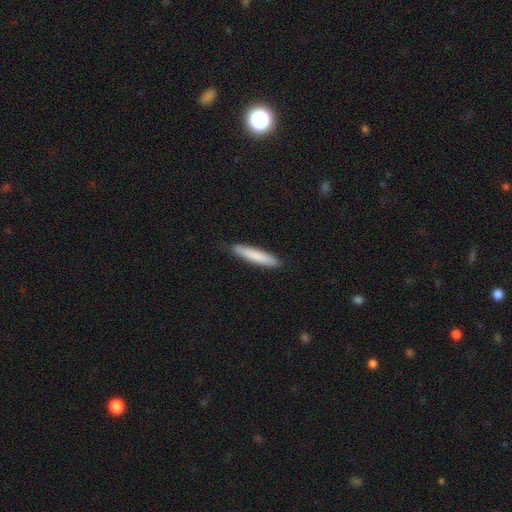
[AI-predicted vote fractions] This appears to be a smooth galaxy with no disk features (81%) that is cigar-shaped (90%). Merging: none (85%).